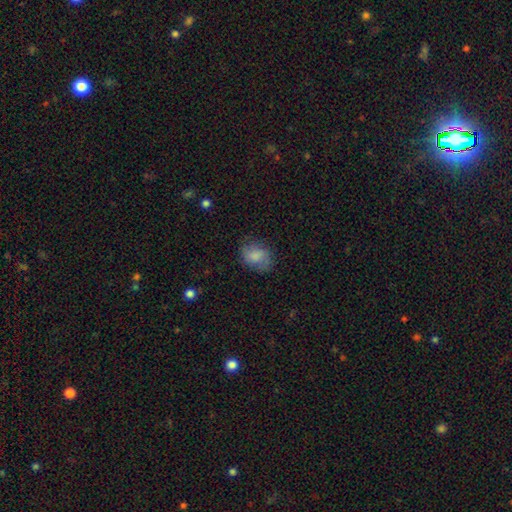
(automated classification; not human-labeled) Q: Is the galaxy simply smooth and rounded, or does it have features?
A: smooth — 77%.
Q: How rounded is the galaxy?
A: in between — 60%.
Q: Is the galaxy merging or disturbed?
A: none — 70%.